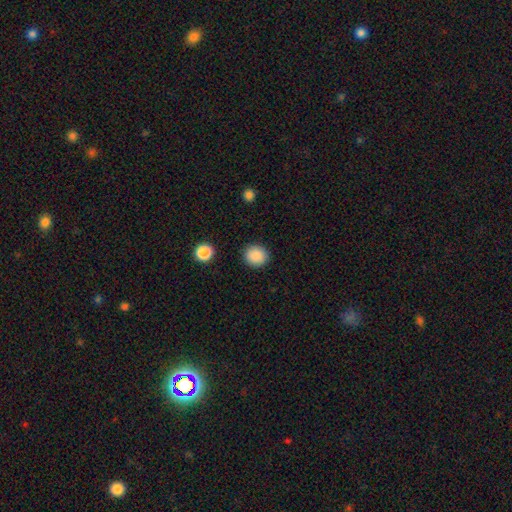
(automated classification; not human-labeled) smooth_or_featured: smooth (p=0.88) [alt: star or artifact p=0.09]
how_rounded: round (p=0.86) [alt: in between p=0.13]
merging: none (p=0.90) [alt: minor disturbance p=0.06]